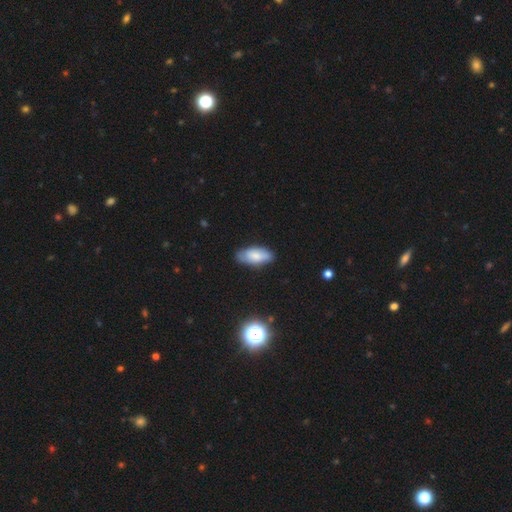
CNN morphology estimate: Q: Smooth or featured?
A: smooth (78%); runner-up: featured or disk (14%)
Q: How rounded?
A: in between (86%); runner-up: cigar-shaped (12%)
Q: Merging?
A: none (80%); runner-up: minor disturbance (16%)